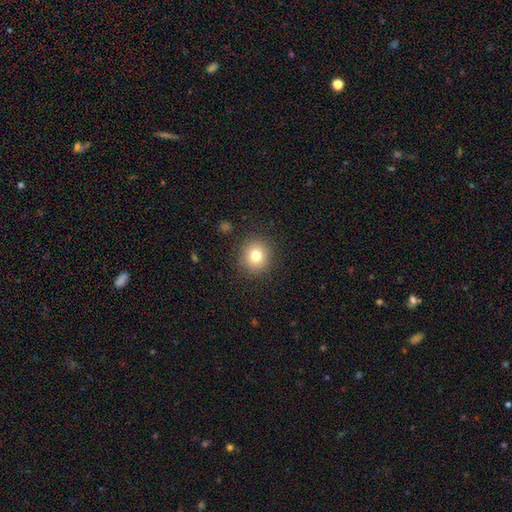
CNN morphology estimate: smooth 79%, star or artifact 12%, featured or disk 9%. Down the decision tree: how rounded — round (90%); merging — none (89%).